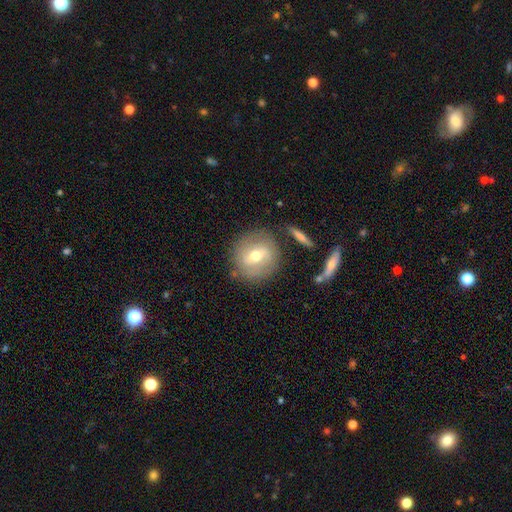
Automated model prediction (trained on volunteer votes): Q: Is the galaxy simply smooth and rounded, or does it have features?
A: smooth — 50%.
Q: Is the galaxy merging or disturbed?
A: none — 79%.